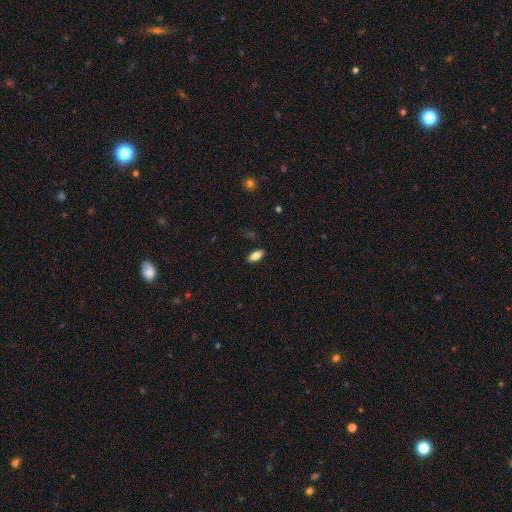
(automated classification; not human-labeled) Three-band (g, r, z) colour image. It shows a smooth galaxy with no disk features (79%) that is in between round and cigar-shaped (87%). Merging: none (88%).